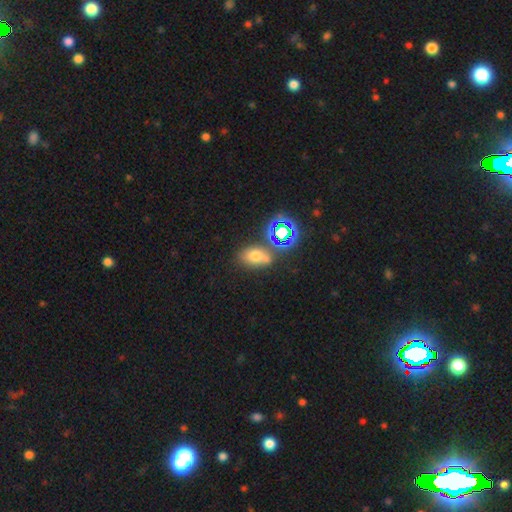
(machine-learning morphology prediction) Q: Smooth or featured?
A: smooth (57%); runner-up: star or artifact (29%)
Q: How rounded?
A: in between (75%); runner-up: round (22%)
Q: Merging?
A: none (56%); runner-up: merger (23%)